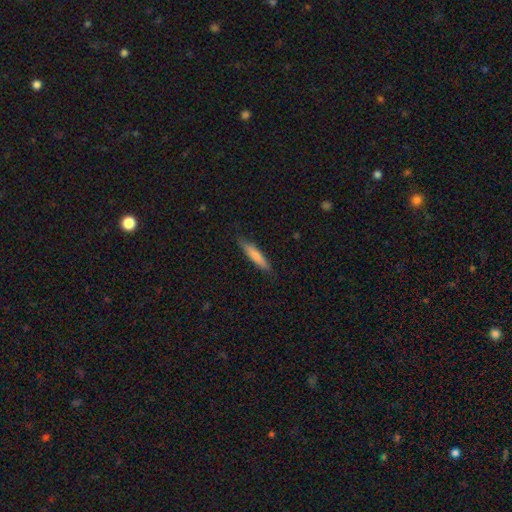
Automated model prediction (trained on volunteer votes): Morphology: type=smooth (76%); roundness=cigar-shaped (86%); merging=none (83%).